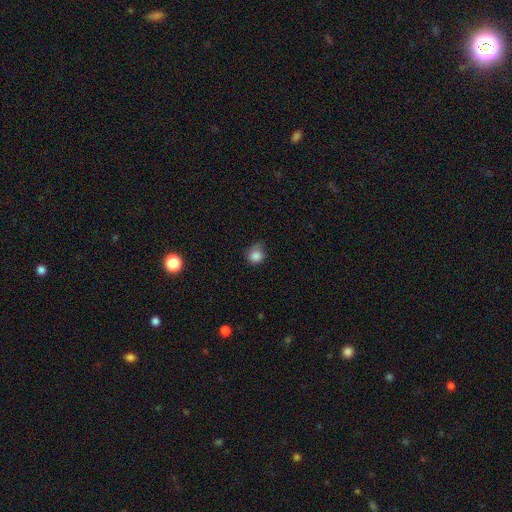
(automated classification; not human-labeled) smooth-or-featured: smooth: 85% | star or artifact: 10% | featured or disk: 5%
  how-rounded: round: 81% | in between: 18% | cigar-shaped: 1%
  merging: none: 52% | minor disturbance: 35% | major disturbance: 10% | merger: 2%